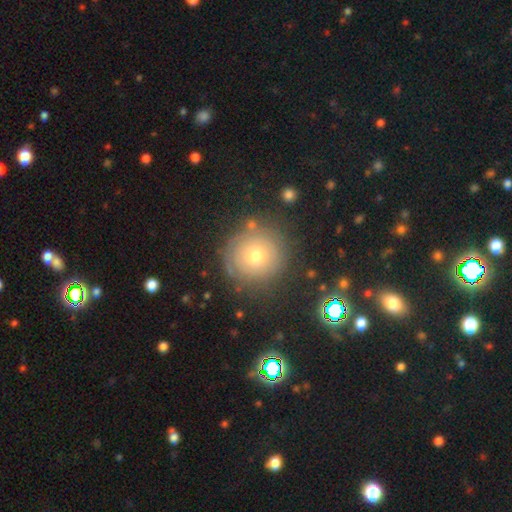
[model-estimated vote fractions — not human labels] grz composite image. It shows a smooth galaxy with no disk features (57%) that is round (94%). Merging: none (82%).